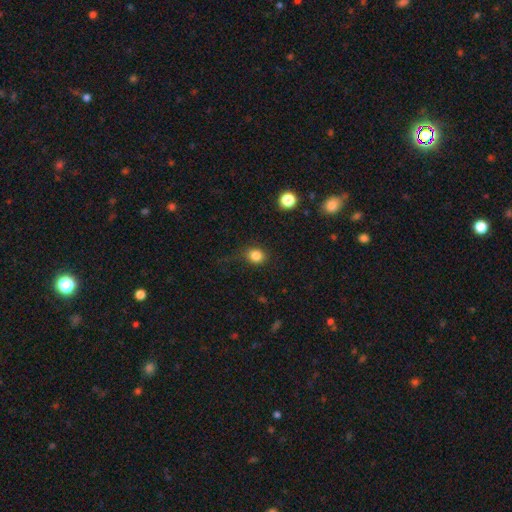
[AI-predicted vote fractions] smooth_or_featured: smooth (p=0.84) [alt: star or artifact p=0.12]
how_rounded: round (p=0.68) [alt: in between p=0.31]
merging: none (p=0.76) [alt: minor disturbance p=0.15]